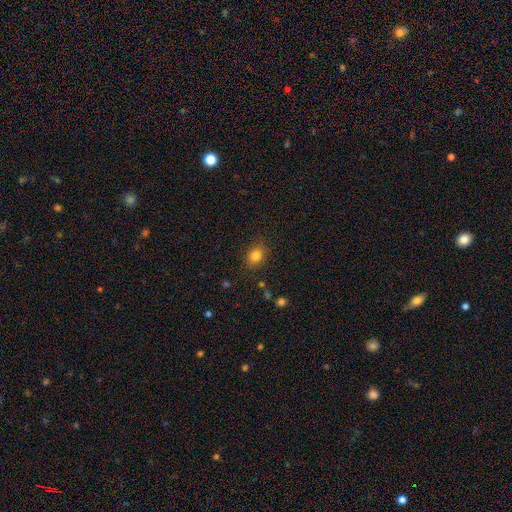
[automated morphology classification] type=smooth (83%); roundness=in between (59%); merging=none (85%).